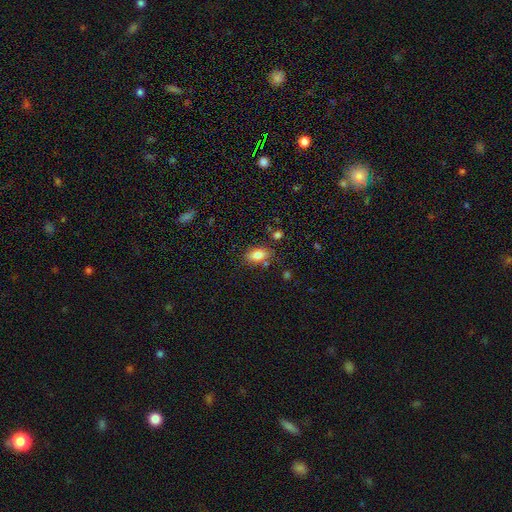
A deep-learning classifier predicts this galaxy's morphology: type=smooth (81%); roundness=in between (88%); merging=none (78%).